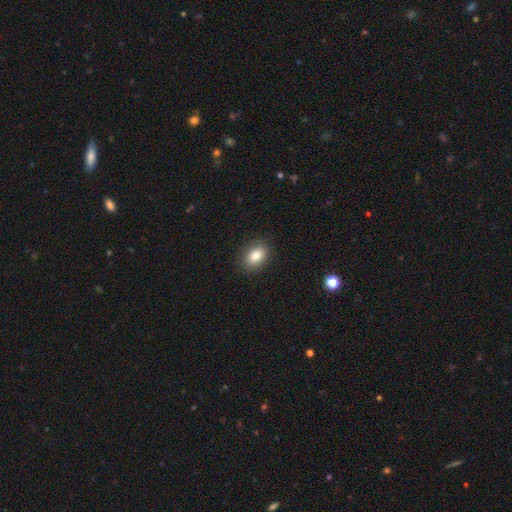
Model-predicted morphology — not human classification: smooth_or_featured: smooth (p=0.83) [alt: star or artifact p=0.10]
how_rounded: in between (p=0.69) [alt: round p=0.30]
merging: none (p=0.88) [alt: minor disturbance p=0.09]